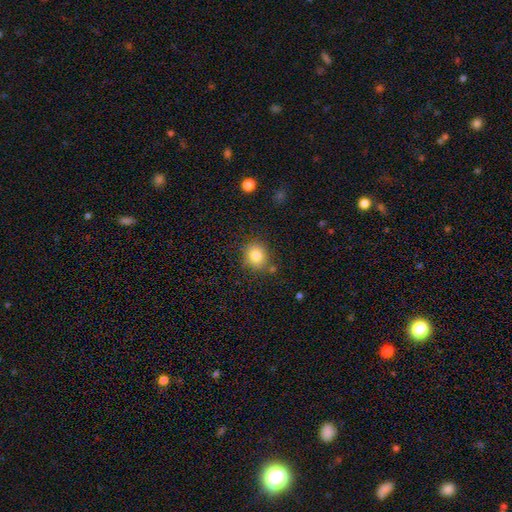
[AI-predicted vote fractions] This is clearly a smooth galaxy (82%). How rounded: likely round (70%). Merging: likely none (79%).